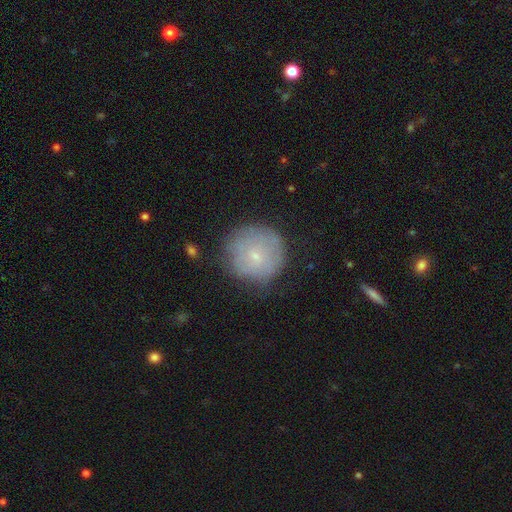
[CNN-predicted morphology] Smooth or featured: smooth — 61% (featured or disk — 30%)
How rounded: round — 93% (in between — 6%)
Merging: none — 72% (minor disturbance — 19%)